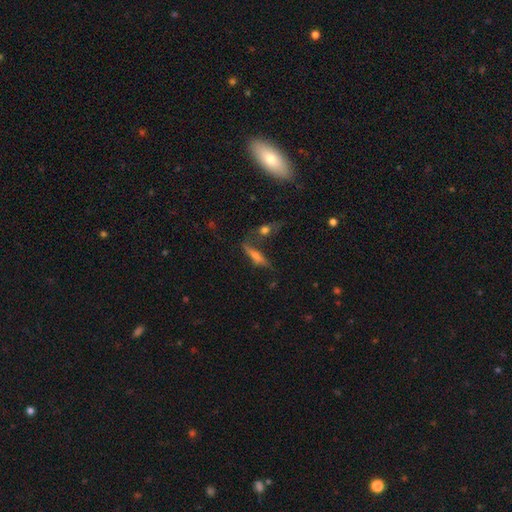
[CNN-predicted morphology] Q: Smooth or featured?
A: smooth (48%); runner-up: featured or disk (40%)
Q: Merging?
A: none (47%); runner-up: merger (26%)